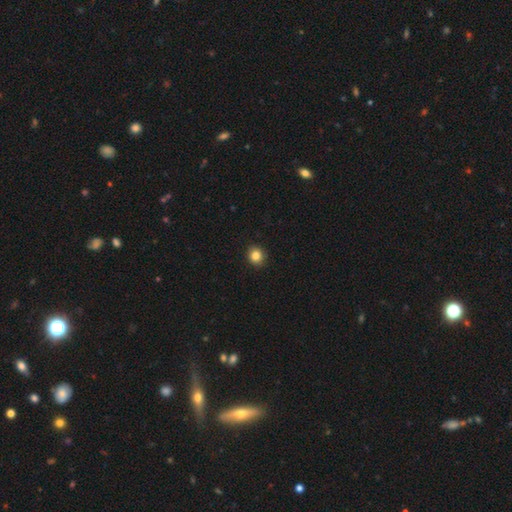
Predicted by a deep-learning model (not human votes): smooth_or_featured: smooth (p=0.85) [alt: star or artifact p=0.11]
how_rounded: round (p=0.86) [alt: in between p=0.13]
merging: none (p=0.91) [alt: minor disturbance p=0.06]